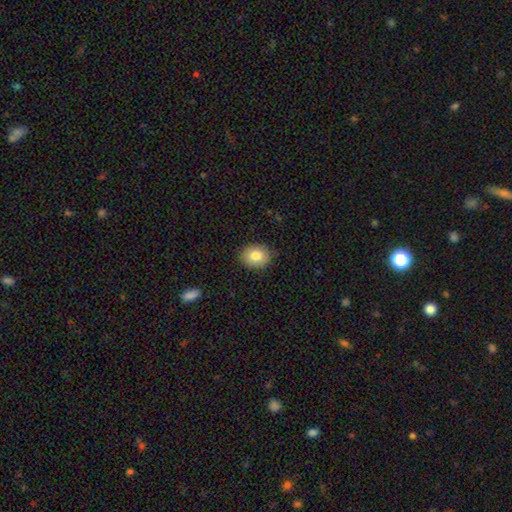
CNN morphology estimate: Q: Smooth or featured?
A: smooth (82%); runner-up: featured or disk (10%)
Q: How rounded?
A: in between (52%); runner-up: round (47%)
Q: Merging?
A: none (86%); runner-up: minor disturbance (10%)